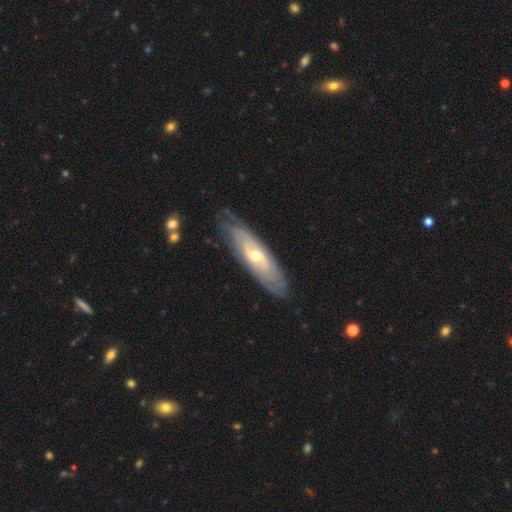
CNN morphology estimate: A featured or disk galaxy (71%) with no bar (57%), spiral arms (72%) and a moderate central bulge (53%). Merging: none (77%).